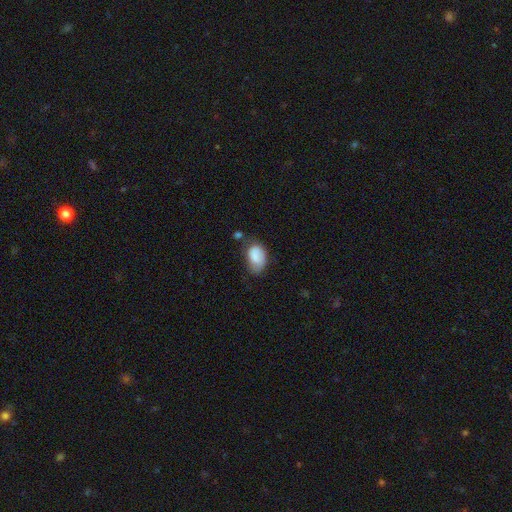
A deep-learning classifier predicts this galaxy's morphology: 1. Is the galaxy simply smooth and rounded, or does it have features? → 81% smooth, 11% featured or disk, 7% star or artifact.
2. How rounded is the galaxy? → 87% in between, 11% round, 1% cigar-shaped.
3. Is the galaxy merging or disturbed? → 51% none, 32% minor disturbance, 11% major disturbance, 5% merger.